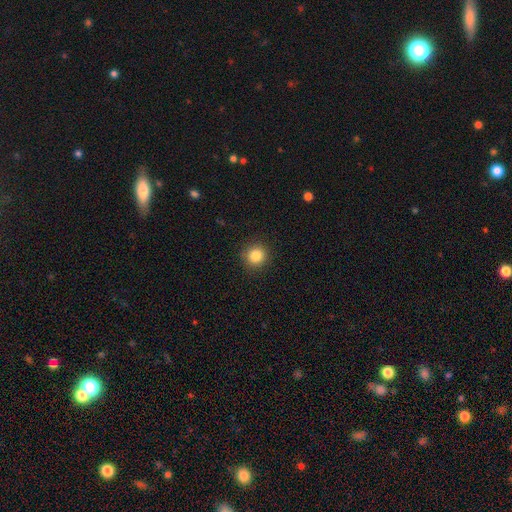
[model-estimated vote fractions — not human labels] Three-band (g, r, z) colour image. It shows a smooth galaxy with no disk features (84%) that is round (93%). Merging: none (91%).